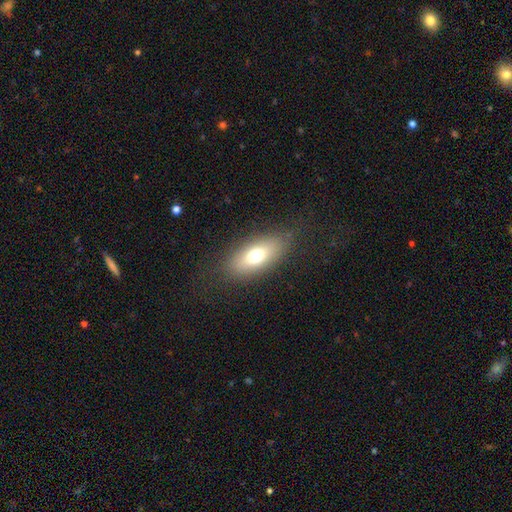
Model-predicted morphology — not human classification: The model was most divided on "smooth or featured": smooth: 71%, featured or disk: 20%, star or artifact: 9%. More confident: how rounded — in between (82%); merging — none (81%).